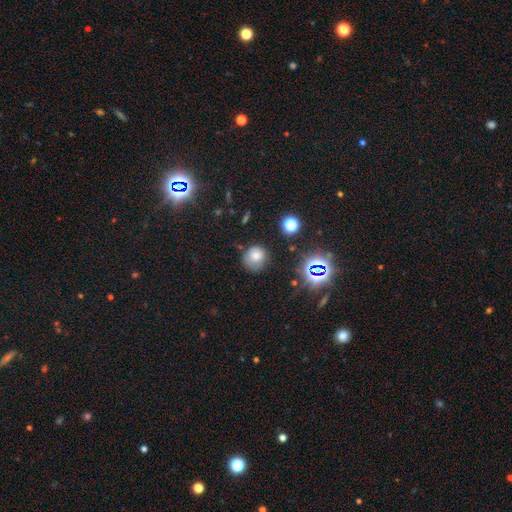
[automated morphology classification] This is likely a smooth galaxy (70%). How rounded: clearly round (84%). Merging: likely none (66%).